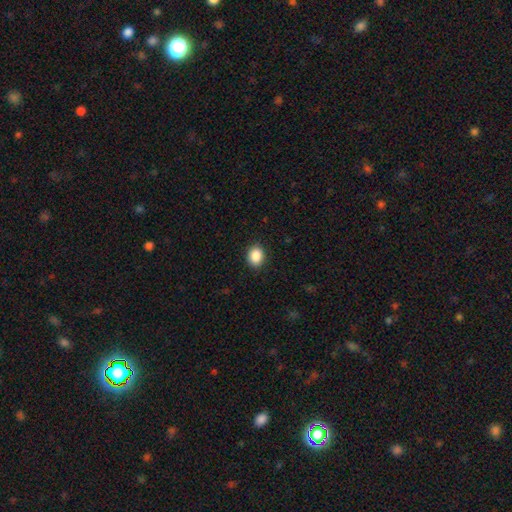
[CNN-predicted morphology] The model was most divided on "how rounded": in between: 55%, round: 44%, cigar-shaped: 1%. More confident: merging — none (89%); smooth or featured — smooth (88%).